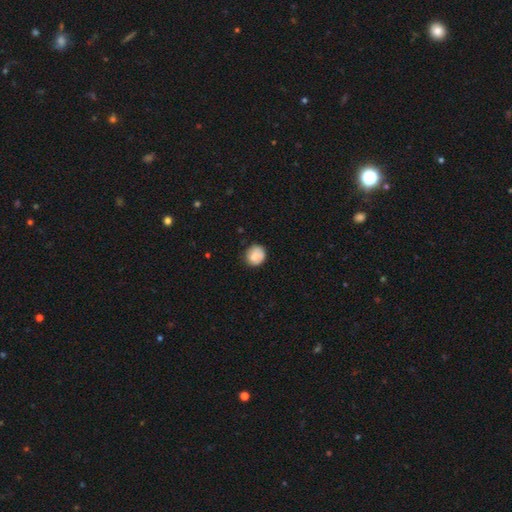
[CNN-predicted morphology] A smooth galaxy with no disk features (78%) that is round (84%). Merging: none (72%).